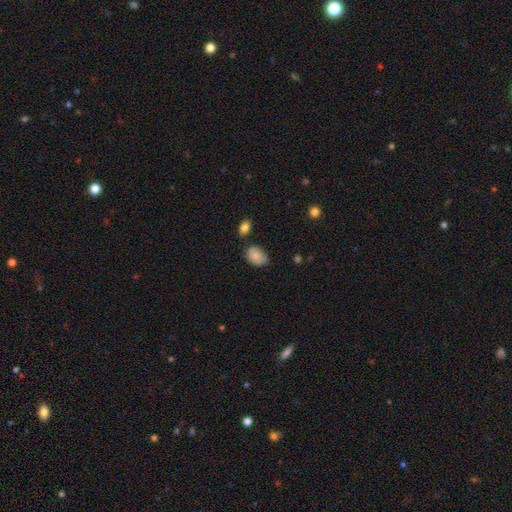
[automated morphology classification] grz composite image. It shows a smooth galaxy with no disk features (86%) that is in between round and cigar-shaped (85%). Merging: none (67%).